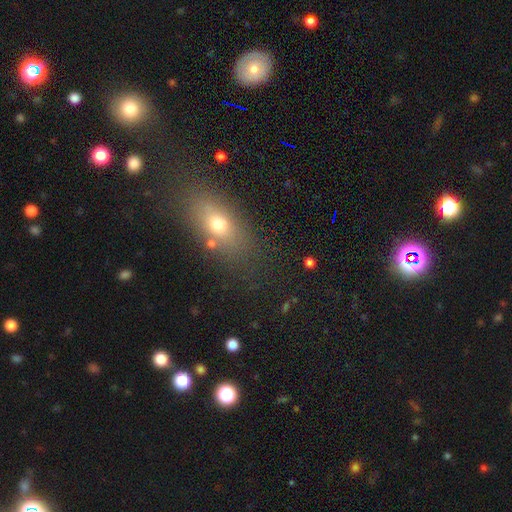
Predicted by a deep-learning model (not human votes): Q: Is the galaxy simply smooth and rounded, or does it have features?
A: smooth — 60%.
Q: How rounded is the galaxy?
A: in between — 67%.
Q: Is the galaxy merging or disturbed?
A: none — 78%.